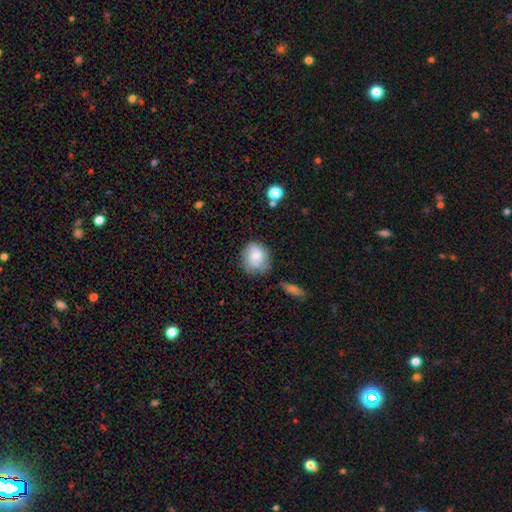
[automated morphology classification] The model was most divided on "smooth or featured": smooth: 58%, featured or disk: 34%, star or artifact: 8%. More confident: how rounded — round (68%); merging — none (63%).